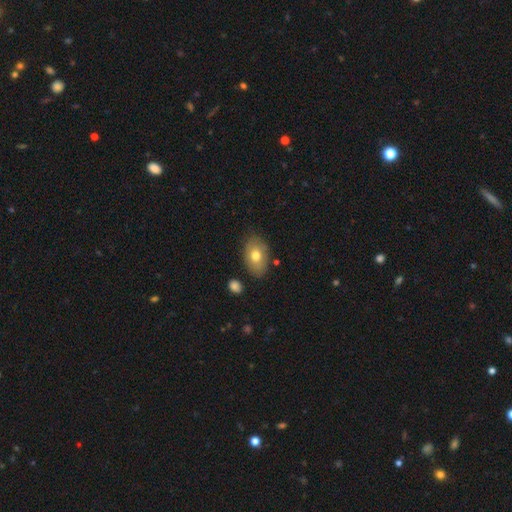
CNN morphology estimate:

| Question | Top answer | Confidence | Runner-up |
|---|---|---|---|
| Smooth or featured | smooth | 72% | featured or disk (20%) |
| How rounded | in between | 87% | round (11%) |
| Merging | none | 81% | minor disturbance (13%) |